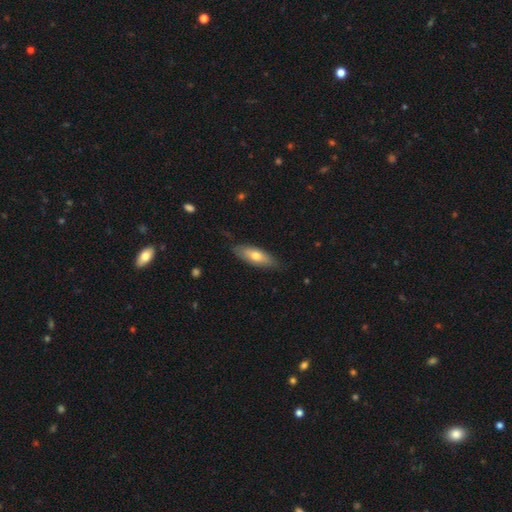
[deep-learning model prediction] Q: Smooth or featured?
A: smooth (65%); runner-up: featured or disk (30%)
Q: How rounded?
A: in between (63%); runner-up: cigar-shaped (34%)
Q: Merging?
A: none (79%); runner-up: minor disturbance (17%)